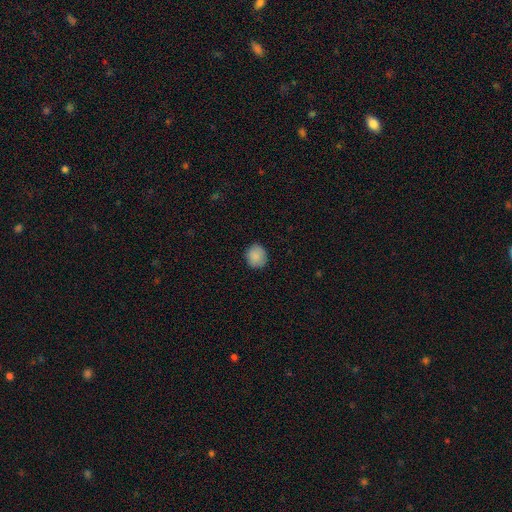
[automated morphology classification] This is clearly a smooth galaxy (88%). How rounded: clearly round (83%). Merging: clearly none (87%).